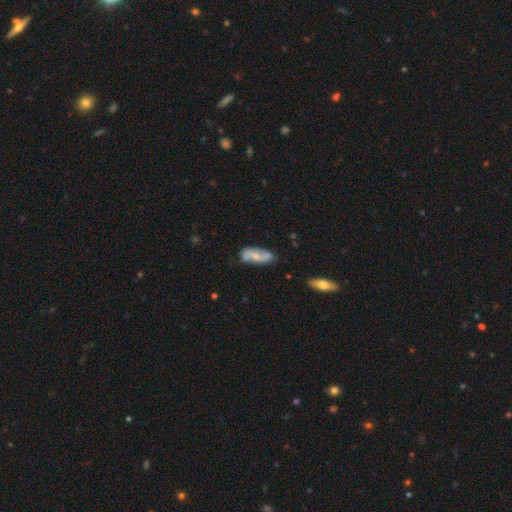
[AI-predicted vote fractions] Morphology: type=featured or disk (66%); edge-on=no (91%); bar=weak (42%); spiral arms=yes (89%); winding=loose (47%); arm count=2 (88%); bulge=small (45%); merging=none (71%).